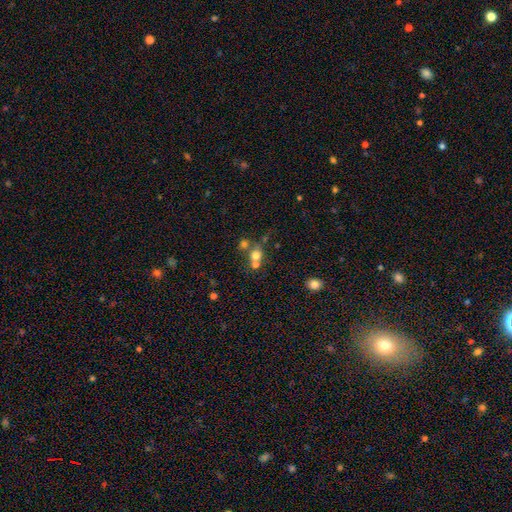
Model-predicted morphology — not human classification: Smooth or featured: smooth — 68% (star or artifact — 17%)
How rounded: round — 79% (in between — 19%)
Merging: merger — 45% (none — 43%)